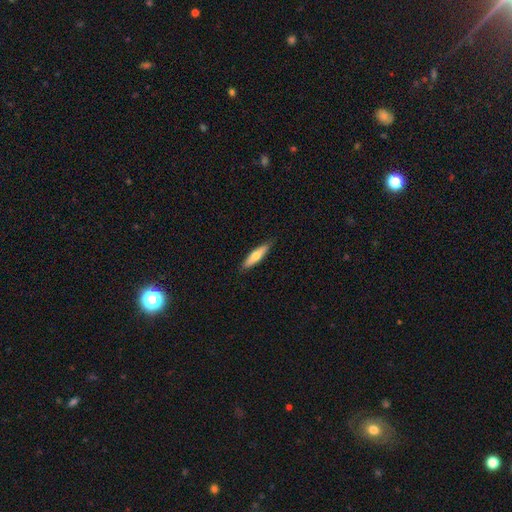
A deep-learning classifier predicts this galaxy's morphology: This is likely a smooth galaxy (61%). How rounded: likely cigar-shaped (74%). Merging: clearly none (87%).